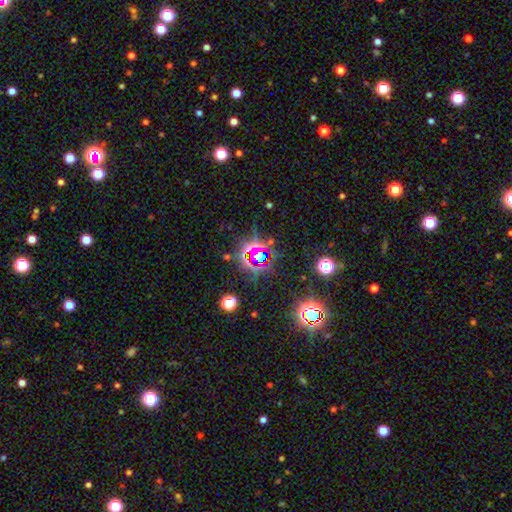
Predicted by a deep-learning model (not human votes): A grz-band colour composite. It shows a star or artifact, not a galaxy (77%).